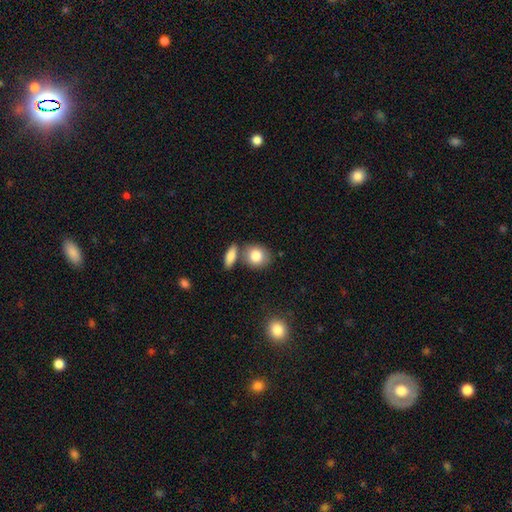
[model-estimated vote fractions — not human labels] smooth_or_featured: smooth (p=0.83) [alt: featured or disk p=0.10]
how_rounded: round (p=0.62) [alt: in between p=0.35]
merging: none (p=0.62) [alt: merger p=0.23]